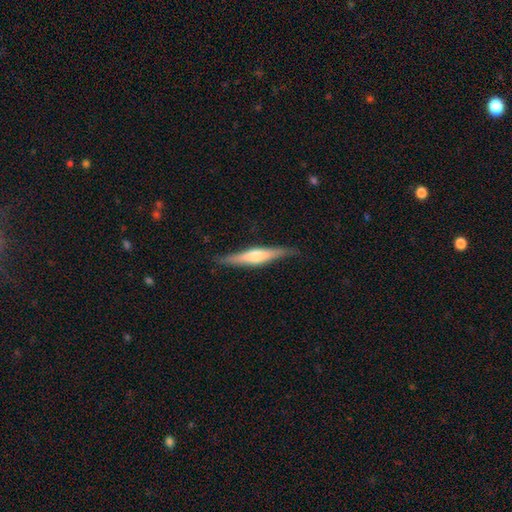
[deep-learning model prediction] Smooth or featured: featured or disk — 63% (smooth — 31%)
Edge-on disk: yes — 96% (no — 4%)
Edge-on bulge: rounded — 79% (boxy — 13%)
Merging: none — 86% (minor disturbance — 11%)